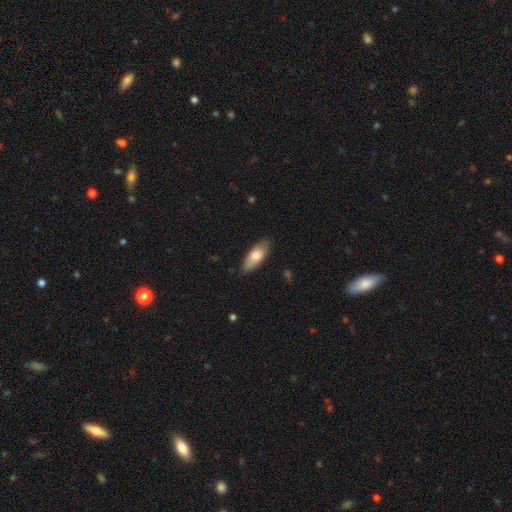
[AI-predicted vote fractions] A smooth galaxy with no disk features (75%) that is in between round and cigar-shaped (78%). Merging: none (81%).